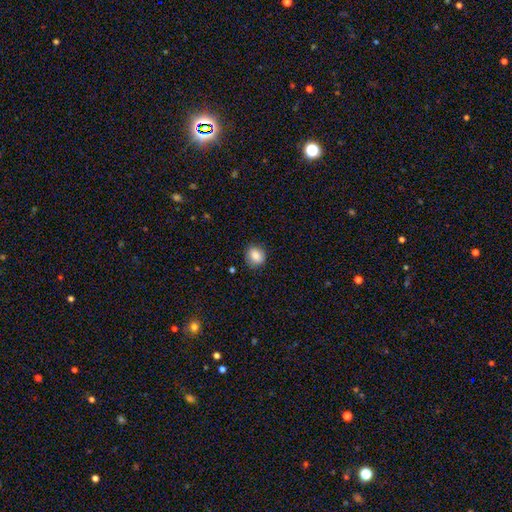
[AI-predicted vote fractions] Smooth or featured? Predicted: smooth (p=0.83). How rounded? Predicted: round (p=0.71). Merging? Predicted: none (p=0.83).